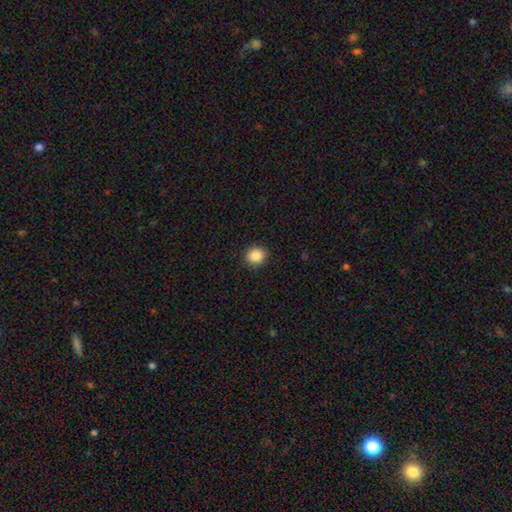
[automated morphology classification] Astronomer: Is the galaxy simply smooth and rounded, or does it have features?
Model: smooth — 87%.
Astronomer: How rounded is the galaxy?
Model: round — 79%.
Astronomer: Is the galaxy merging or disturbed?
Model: none — 91%.